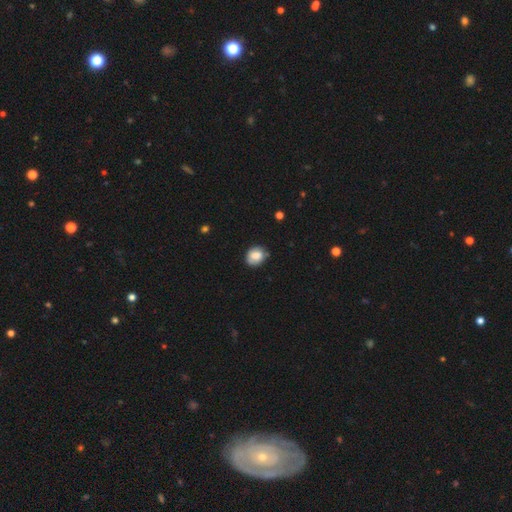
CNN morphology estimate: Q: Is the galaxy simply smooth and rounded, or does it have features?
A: smooth — 79%.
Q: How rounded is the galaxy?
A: round — 62%.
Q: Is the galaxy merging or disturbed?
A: none — 72%.